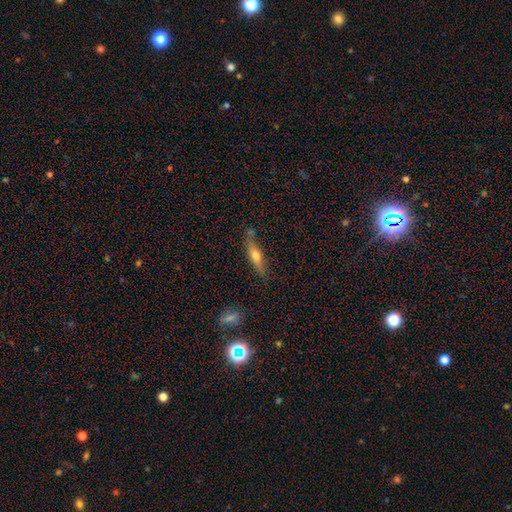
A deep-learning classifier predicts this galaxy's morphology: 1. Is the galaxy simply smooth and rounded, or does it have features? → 54% smooth, 39% featured or disk, 7% star or artifact.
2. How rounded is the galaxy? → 72% cigar-shaped, 25% in between, 3% round.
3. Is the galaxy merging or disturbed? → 72% none, 17% minor disturbance, 7% merger, 4% major disturbance.